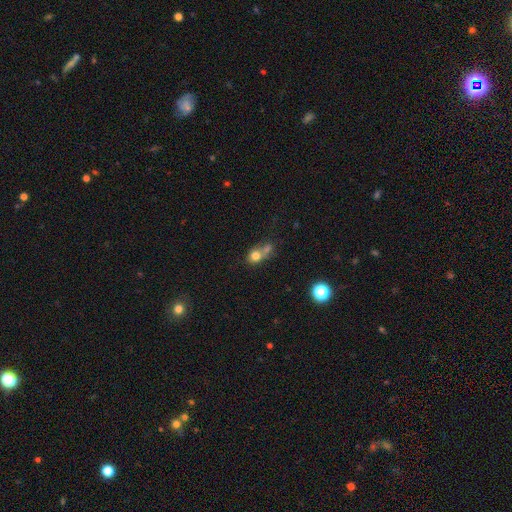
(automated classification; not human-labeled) Smooth or featured? Predicted: smooth (p=0.73). How rounded? Predicted: round (p=0.73). Merging? Predicted: merger (p=0.50).